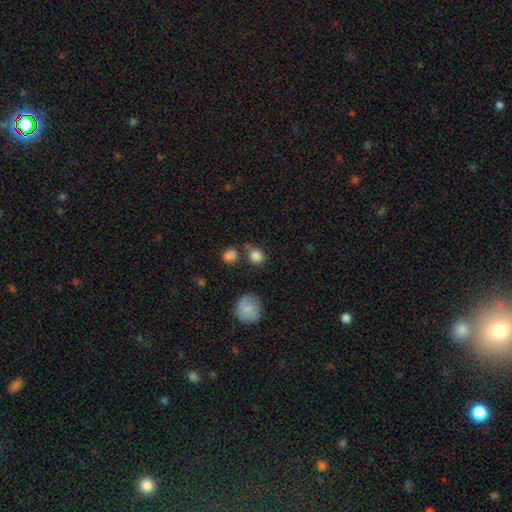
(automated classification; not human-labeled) smooth 84%, star or artifact 11%, featured or disk 5%. Down the decision tree: how rounded — round (76%); merging — none (64%).